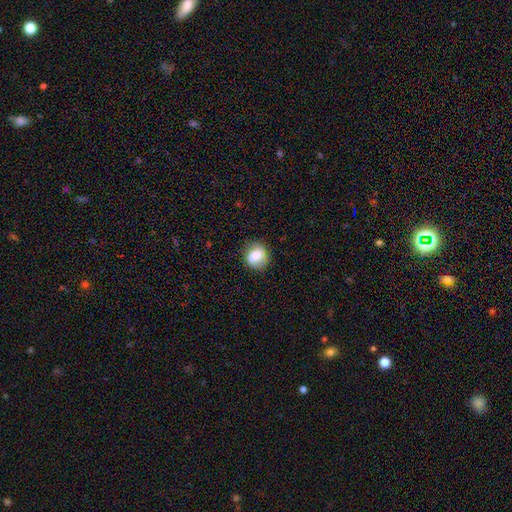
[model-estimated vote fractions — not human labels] The model was most divided on "how rounded": round: 67%, in between: 31%, cigar-shaped: 2%. More confident: merging — none (77%); smooth or featured — smooth (77%).